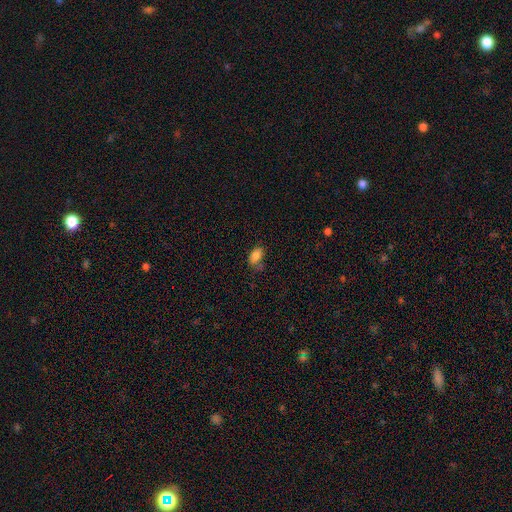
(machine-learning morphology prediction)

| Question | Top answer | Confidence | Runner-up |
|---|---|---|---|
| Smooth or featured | smooth | 83% | star or artifact (10%) |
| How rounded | in between | 88% | round (10%) |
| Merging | none | 54% | minor disturbance (27%) |